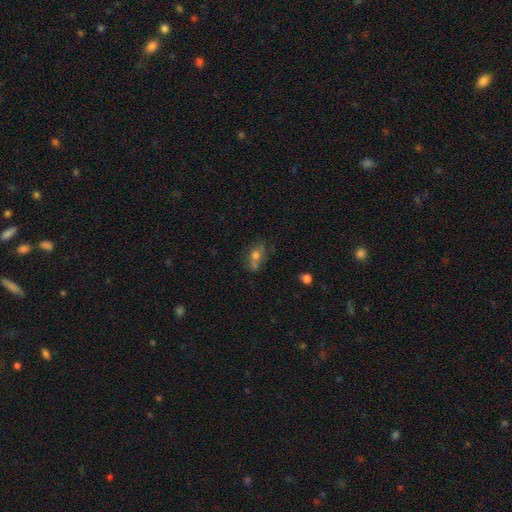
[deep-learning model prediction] Smooth or featured? smooth (57%)
How rounded? in between (66%)
Merging? none (51%)